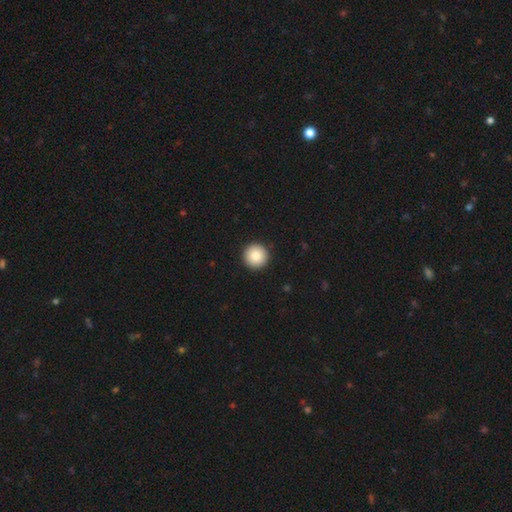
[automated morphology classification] Smooth or featured? smooth (86%)
How rounded? round (97%)
Merging? none (93%)